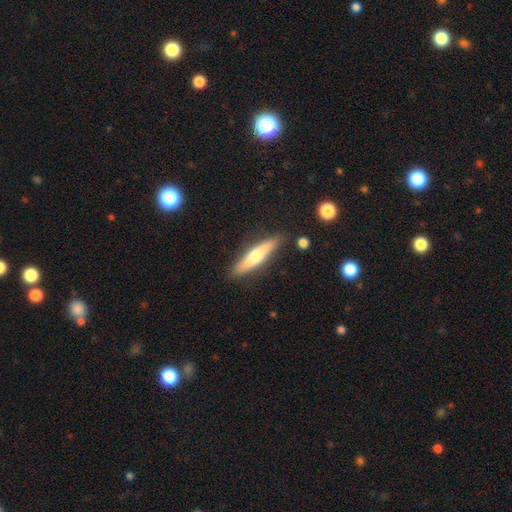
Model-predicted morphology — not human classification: This is possibly a smooth galaxy (52%). How rounded: clearly cigar-shaped (85%). Merging: clearly none (86%).